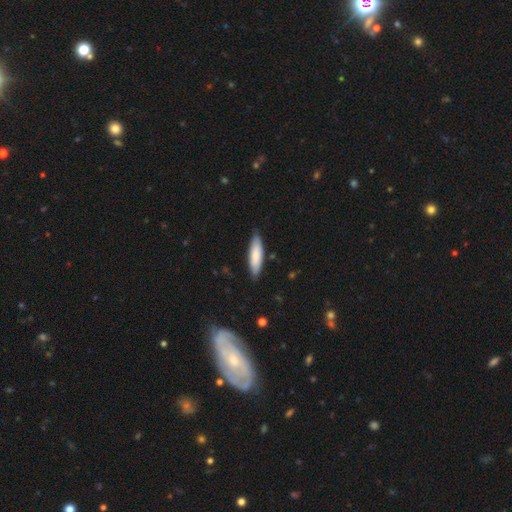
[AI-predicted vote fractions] Q: Smooth or featured?
A: smooth (79%); runner-up: featured or disk (16%)
Q: How rounded?
A: cigar-shaped (59%); runner-up: in between (40%)
Q: Merging?
A: none (83%); runner-up: minor disturbance (13%)